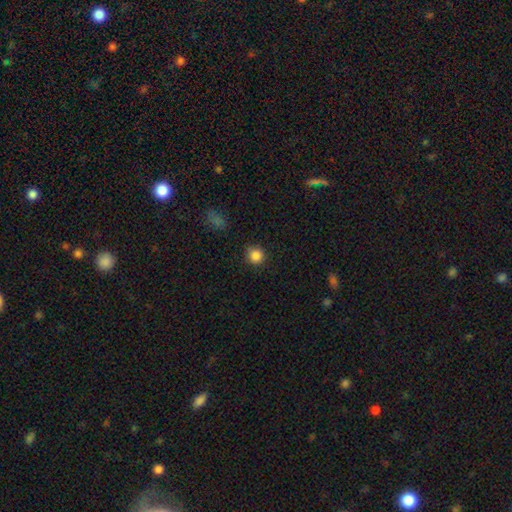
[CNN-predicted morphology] Smooth or featured: smooth — 86% (star or artifact — 11%)
How rounded: round — 93% (in between — 6%)
Merging: none — 87% (minor disturbance — 9%)